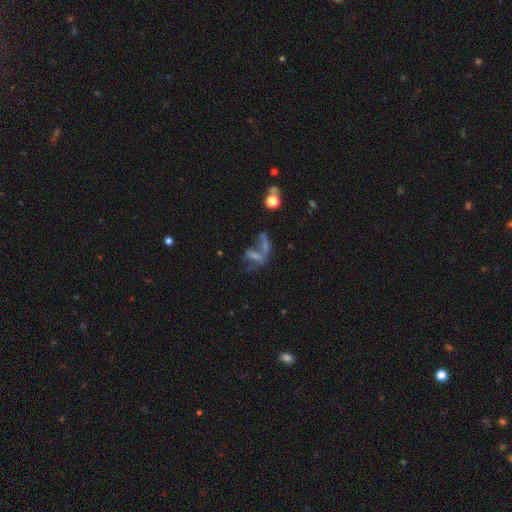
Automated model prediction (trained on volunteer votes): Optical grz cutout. It shows a featured or disk galaxy (48%). Merging: major disturbance (33%).